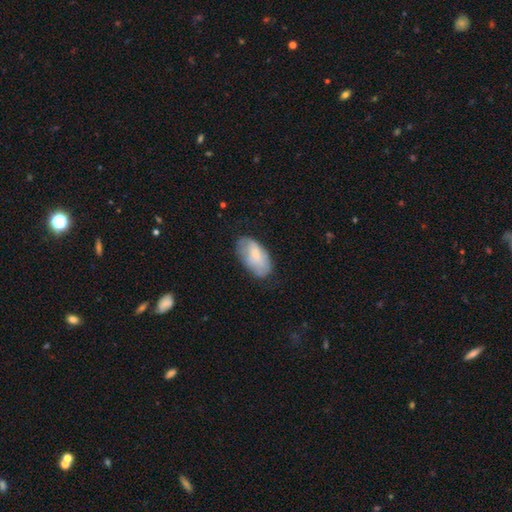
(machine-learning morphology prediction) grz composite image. It shows a smooth galaxy with no disk features (65%) that is in between round and cigar-shaped (94%). Merging: none (66%).